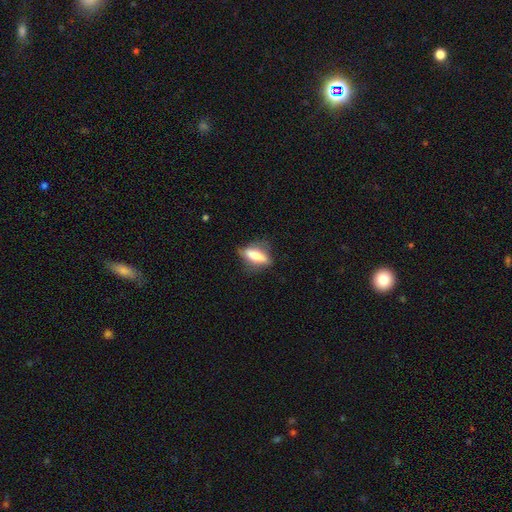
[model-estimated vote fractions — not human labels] Smooth or featured? Predicted: smooth (p=0.62). How rounded? Predicted: in between (p=0.55). Merging? Predicted: none (p=0.64).